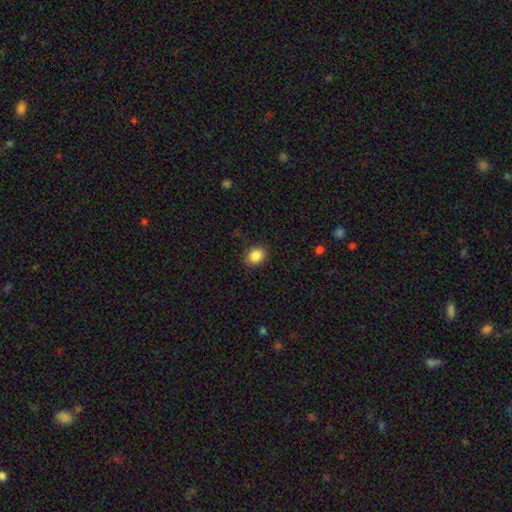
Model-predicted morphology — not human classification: Smooth or featured? smooth (88%)
How rounded? in between (59%)
Merging? none (86%)